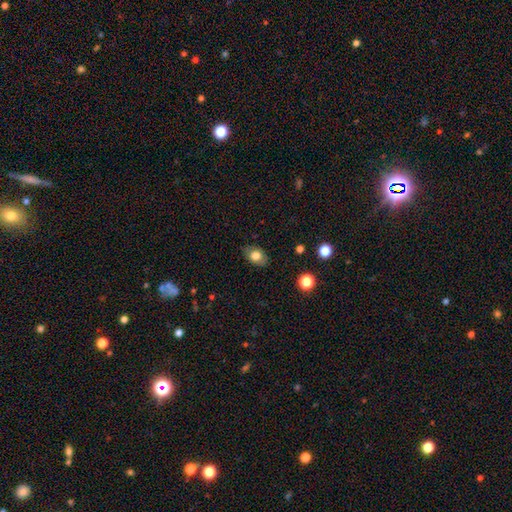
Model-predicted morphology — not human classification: Overall: smooth (74%). How rounded: in between (76%). Merging: none (82%).